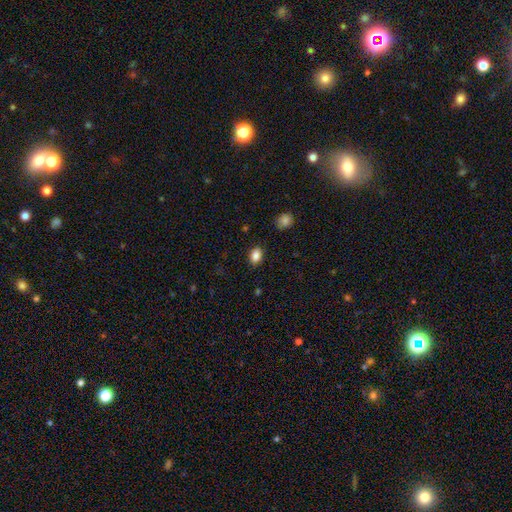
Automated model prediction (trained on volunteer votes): A smooth galaxy with no disk features (86%) that is in between round and cigar-shaped (80%).

Vote fractions:
- Smooth or featured? smooth: 86% / star or artifact: 9% / featured or disk: 5%
- How rounded? in between: 80% / round: 19% / cigar-shaped: 1%
- Merging? none: 87% / minor disturbance: 9% / major disturbance: 2% / merger: 1%